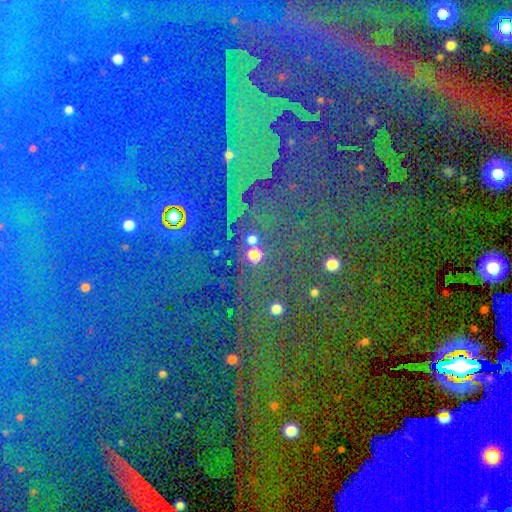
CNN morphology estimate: This is likely a star or artifact rather than a galaxy (74%).